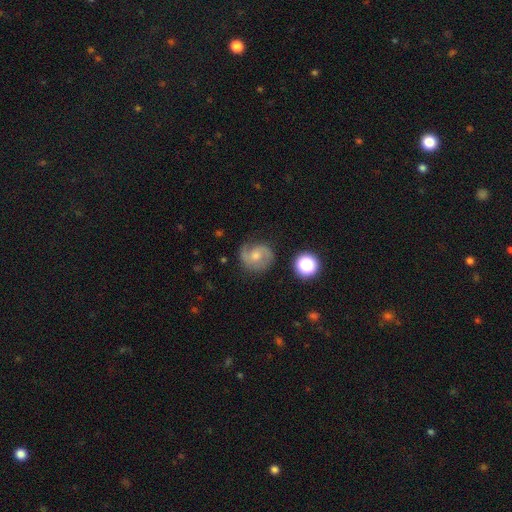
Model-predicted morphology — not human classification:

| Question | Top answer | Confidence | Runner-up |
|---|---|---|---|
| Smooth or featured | featured or disk | 75% | smooth (17%) |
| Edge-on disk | no | 98% | yes (2%) |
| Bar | no | 61% | weak (34%) |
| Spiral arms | yes | 95% | no (5%) |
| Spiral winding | medium | 50% | tight (31%) |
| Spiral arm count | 2 | 82% | 1 (7%) |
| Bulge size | moderate | 53% | small (38%) |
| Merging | none | 73% | minor disturbance (18%) |